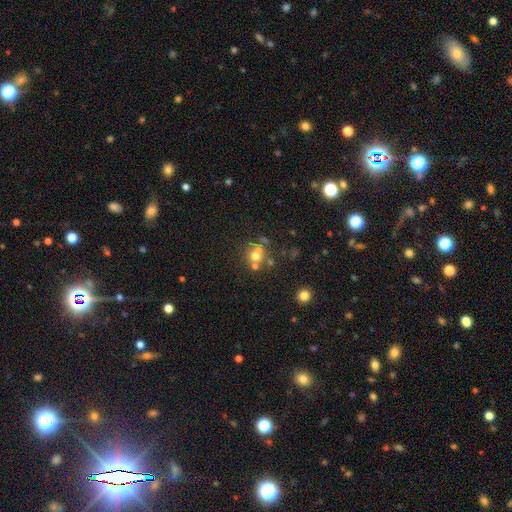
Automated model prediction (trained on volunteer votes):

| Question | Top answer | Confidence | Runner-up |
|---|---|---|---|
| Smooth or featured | smooth | 61% | featured or disk (20%) |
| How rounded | round | 84% | in between (15%) |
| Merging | none | 51% | merger (33%) |